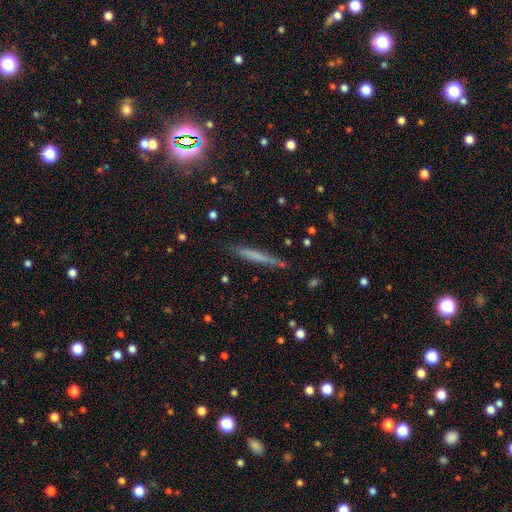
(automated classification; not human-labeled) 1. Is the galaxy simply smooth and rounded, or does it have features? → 60% smooth, 33% featured or disk, 7% star or artifact.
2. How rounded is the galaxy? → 95% cigar-shaped, 3% in between, 1% round.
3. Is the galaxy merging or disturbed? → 84% none, 12% minor disturbance, 2% major disturbance, 2% merger.